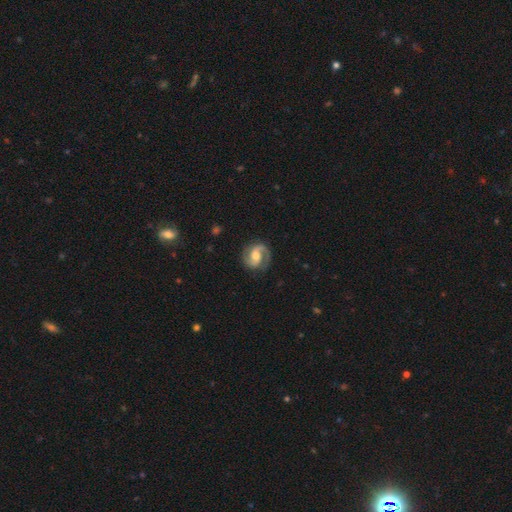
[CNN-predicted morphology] smooth-or-featured: featured or disk: 87% | smooth: 9% | star or artifact: 5%
  disk-edge-on: no: 98% | yes: 2%
    bar: weak: 46% | no: 37% | strong: 17%
    has-spiral-arms: yes: 97% | no: 3%
      spiral-winding: medium: 53% | tight: 27% | loose: 19%
      spiral-arm-count: 2: 86% | 1: 8% | can't tell: 3% | 3: 1% | 4: 1% | more than 4: 1%
    bulge-size: moderate: 67% | small: 23% | large: 7% | none: 2% | dominant: 1%
  merging: none: 80% | minor disturbance: 13% | major disturbance: 5% | merger: 1%